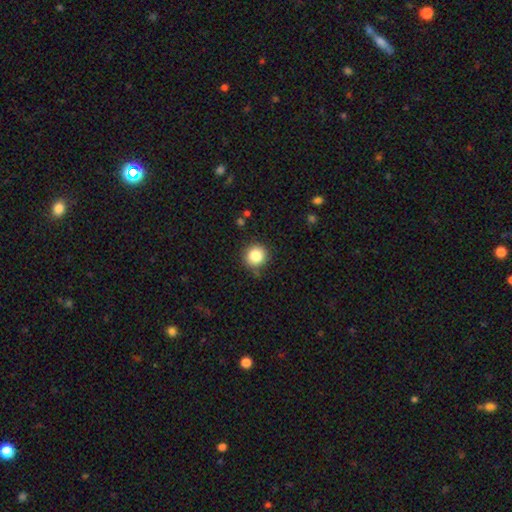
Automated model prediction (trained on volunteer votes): Smooth or featured? smooth (84%)
How rounded? round (93%)
Merging? none (85%)